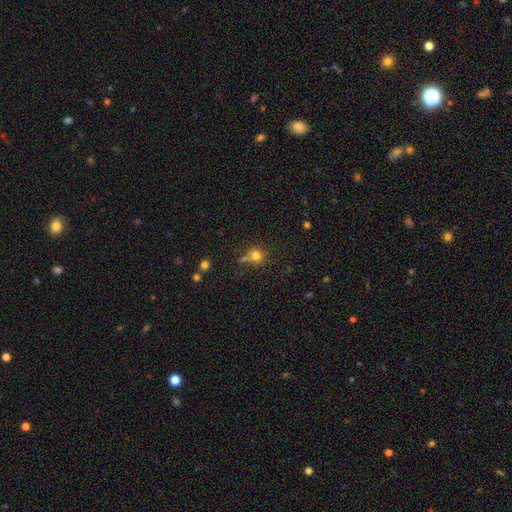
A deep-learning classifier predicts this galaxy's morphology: Smooth or featured: smooth — 75% (star or artifact — 16%)
How rounded: round — 86% (in between — 13%)
Merging: none — 60% (merger — 18%)